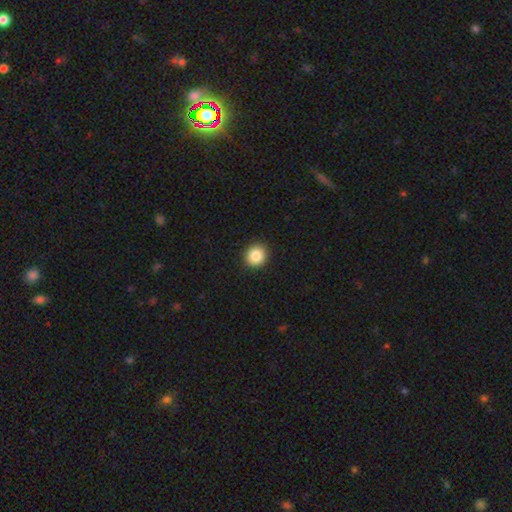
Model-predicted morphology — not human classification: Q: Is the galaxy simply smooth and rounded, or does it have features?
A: smooth — 87%.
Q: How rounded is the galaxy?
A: round — 84%.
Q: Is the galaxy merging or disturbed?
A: none — 92%.